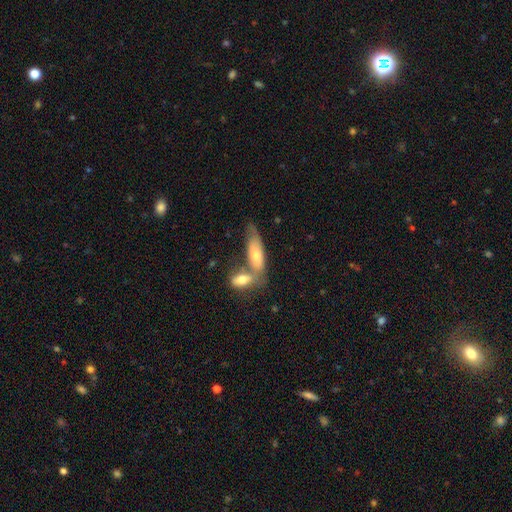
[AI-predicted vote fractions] Q: Smooth or featured?
A: smooth (60%); runner-up: featured or disk (33%)
Q: How rounded?
A: in between (58%); runner-up: cigar-shaped (38%)
Q: Merging?
A: merger (51%); runner-up: none (31%)